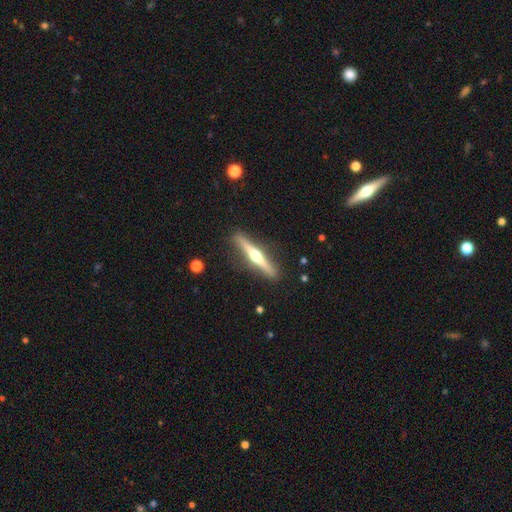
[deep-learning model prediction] The model was most divided on "smooth or featured": featured or disk: 71%, smooth: 24%, star or artifact: 5%. More confident: edge-on disk — yes (97%); edge-on bulge — rounded (94%); merging — none (89%).